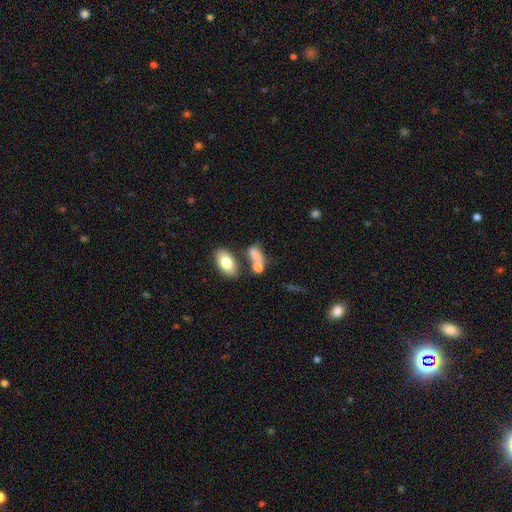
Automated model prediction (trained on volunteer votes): smooth-or-featured: smooth: 75% | featured or disk: 14% | star or artifact: 11%
  how-rounded: in between: 81% | round: 12% | cigar-shaped: 8%
  merging: none: 39% | merger: 34% | minor disturbance: 15% | major disturbance: 11%